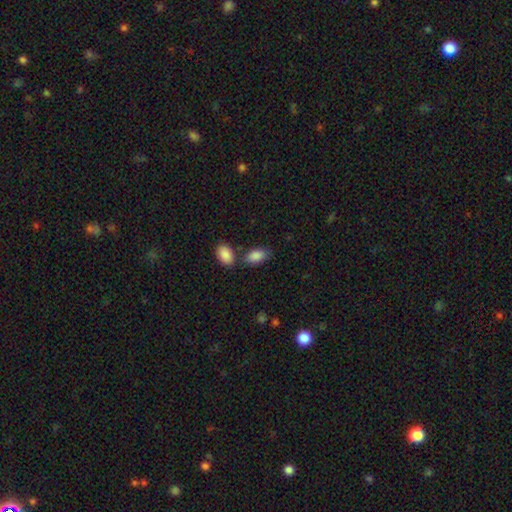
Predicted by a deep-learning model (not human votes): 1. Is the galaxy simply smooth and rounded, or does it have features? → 88% smooth, 7% star or artifact, 5% featured or disk.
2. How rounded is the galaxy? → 93% in between, 5% round, 2% cigar-shaped.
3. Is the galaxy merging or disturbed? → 61% none, 19% merger, 15% minor disturbance, 4% major disturbance.